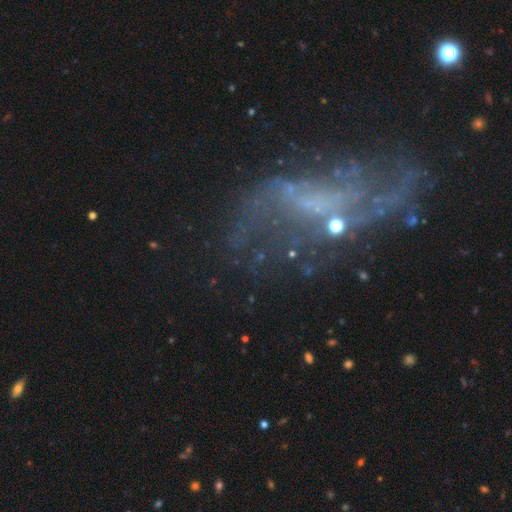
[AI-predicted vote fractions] The model was most divided on "bulge size": none: 47%, small: 38%, moderate: 12%, large: 2%, dominant: 1%. Remaining: edge-on disk — no (93%); smooth or featured — featured or disk (71%); spiral arms — yes (60%); bar — no (53%); merging — none (42%).